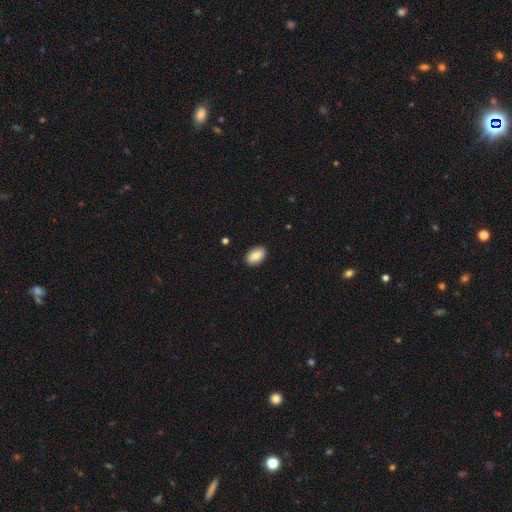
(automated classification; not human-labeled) The model was most divided on "smooth or featured": smooth: 83%, featured or disk: 10%, star or artifact: 7%. More confident: how rounded — in between (91%); merging — none (89%).